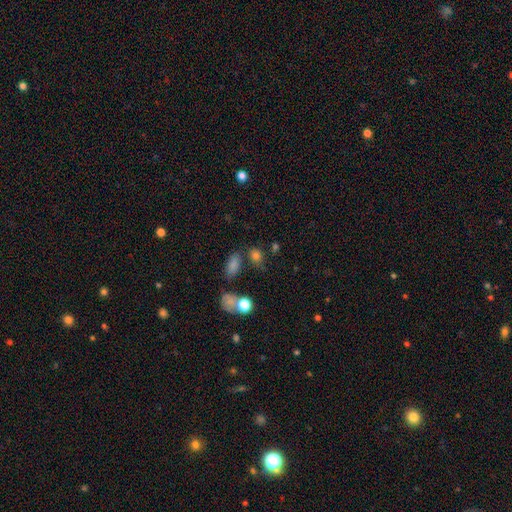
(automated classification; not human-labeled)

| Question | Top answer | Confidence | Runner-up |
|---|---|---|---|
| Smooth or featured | smooth | 70% | star or artifact (20%) |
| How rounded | in between | 71% | round (23%) |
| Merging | none | 64% | minor disturbance (15%) |